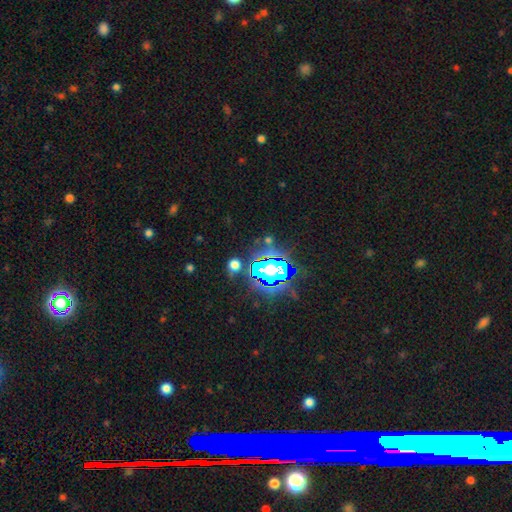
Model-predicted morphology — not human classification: type=star or artifact (77%).